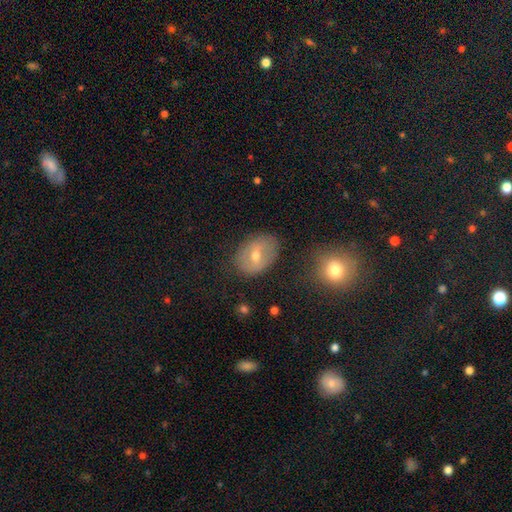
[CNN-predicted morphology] Smooth or featured: smooth — 49% (featured or disk — 41%)
Merging: none — 77% (minor disturbance — 15%)